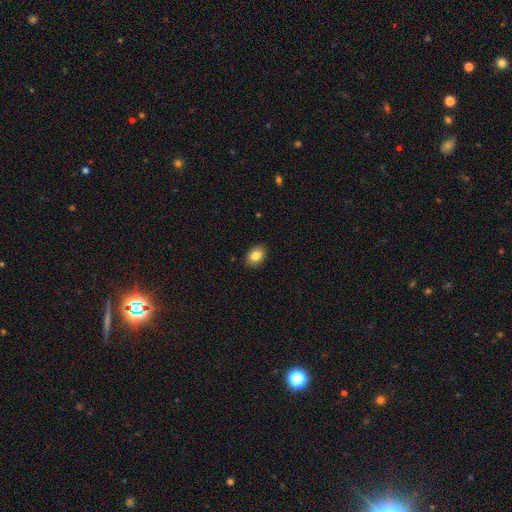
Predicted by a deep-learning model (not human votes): This appears to be a smooth galaxy with no disk features (84%) that is in between round and cigar-shaped (77%). Merging: none (90%).